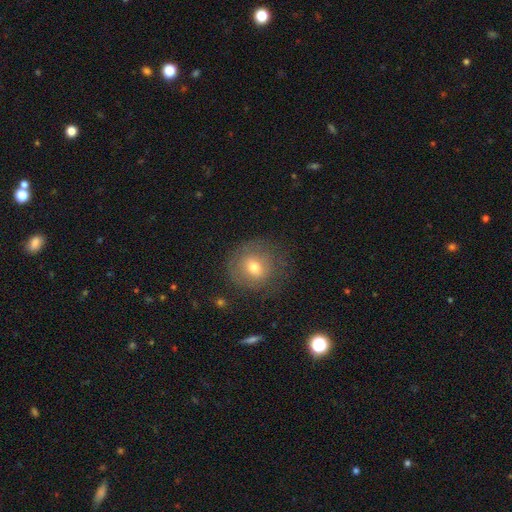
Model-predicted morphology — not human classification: The model was most divided on "smooth or featured": smooth: 44%, featured or disk: 32%, star or artifact: 24%. More confident: merging — none (84%).